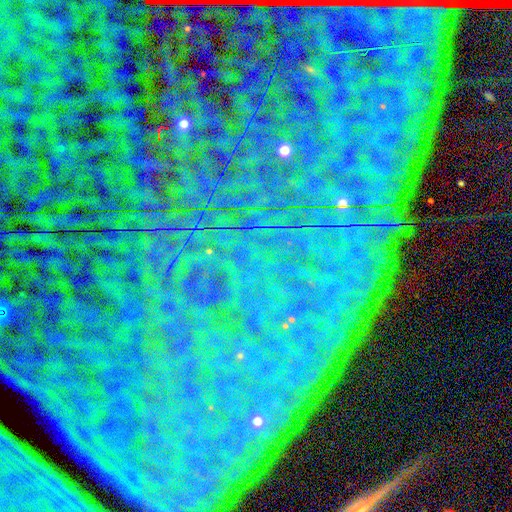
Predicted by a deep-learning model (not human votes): Smooth or featured?
  - star or artifact: 85% *
  - featured or disk: 8%
  - smooth: 7%